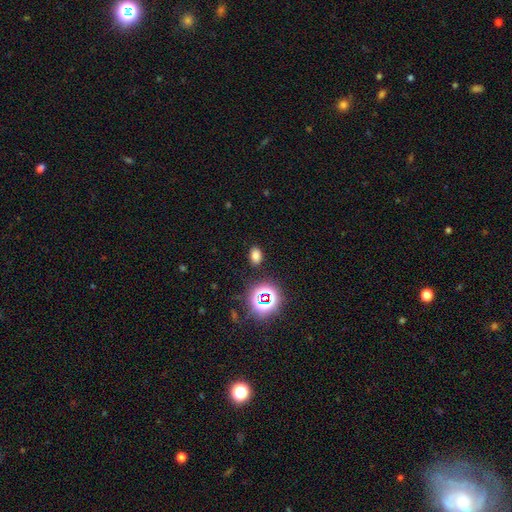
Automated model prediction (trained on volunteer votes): Smooth or featured? smooth (72%)
How rounded? in between (79%)
Merging? none (87%)